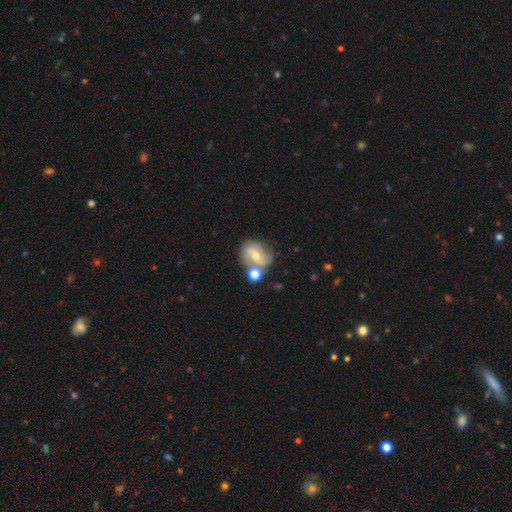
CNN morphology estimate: A featured or disk galaxy (54%) with no bar (48%), spiral arms (77%) and a small central bulge (54%). Merging: none (53%).